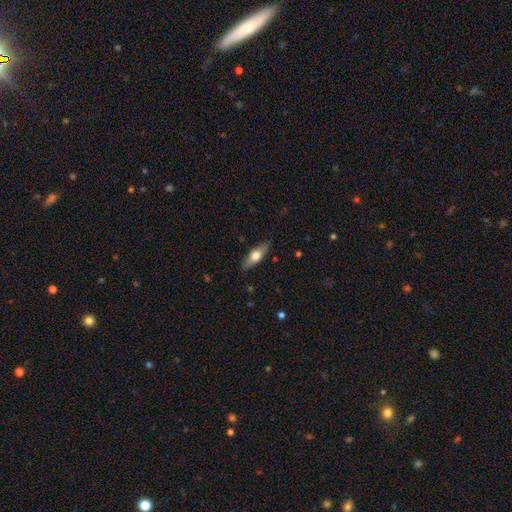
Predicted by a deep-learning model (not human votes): A smooth galaxy with no disk features (54%) that is in between round and cigar-shaped (54%). Merging: none (87%).